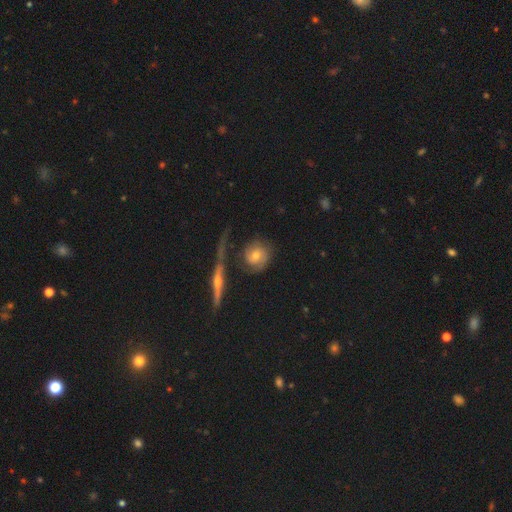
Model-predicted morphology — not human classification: type=featured or disk (61%); edge-on=no (85%); bar=no (70%); spiral arms=yes (81%); bulge=moderate (60%); merging=none (55%).